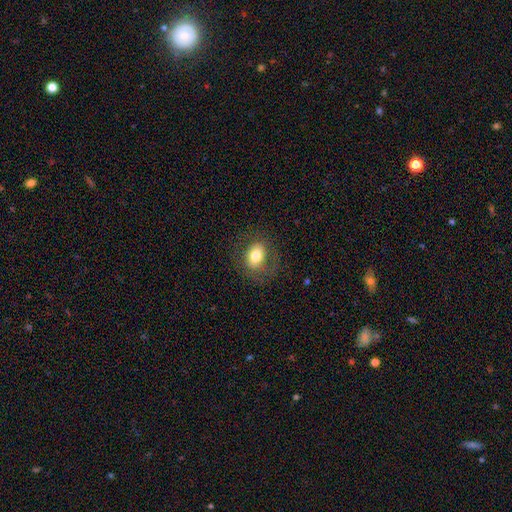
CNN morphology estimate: This is likely a smooth galaxy (70%). How rounded: possibly in between (57%). Merging: likely none (74%).